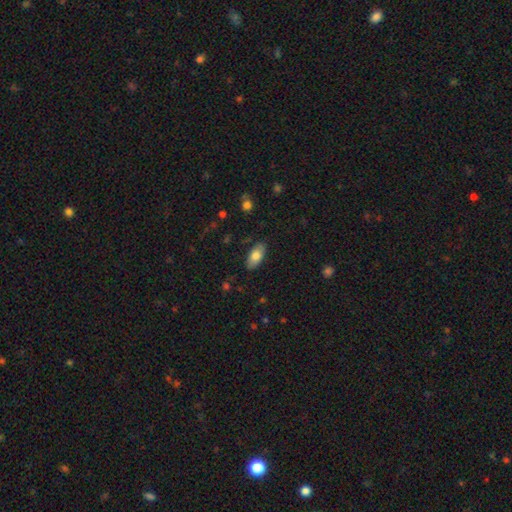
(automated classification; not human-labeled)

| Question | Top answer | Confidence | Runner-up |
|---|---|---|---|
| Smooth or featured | smooth | 79% | featured or disk (14%) |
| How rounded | in between | 91% | cigar-shaped (7%) |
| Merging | none | 85% | minor disturbance (11%) |